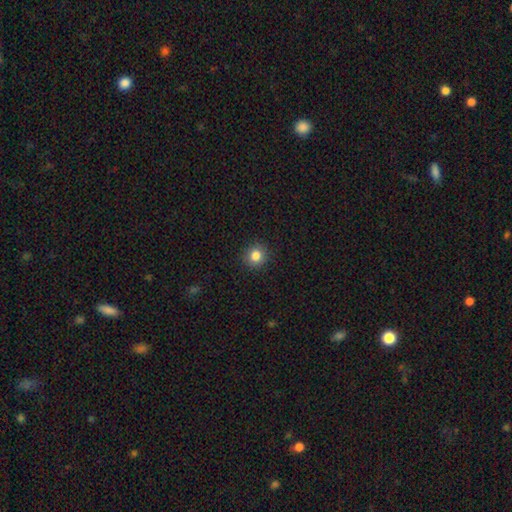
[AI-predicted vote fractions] smooth-or-featured: smooth: 83% | star or artifact: 11% | featured or disk: 6%
  how-rounded: round: 90% | in between: 9% | cigar-shaped: 1%
  merging: none: 91% | minor disturbance: 6% | major disturbance: 2% | merger: 1%